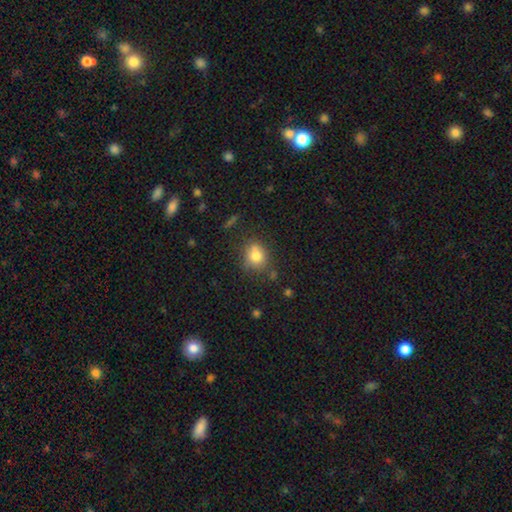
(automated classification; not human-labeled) Morphology: type=smooth (78%); roundness=round (69%); merging=none (68%).